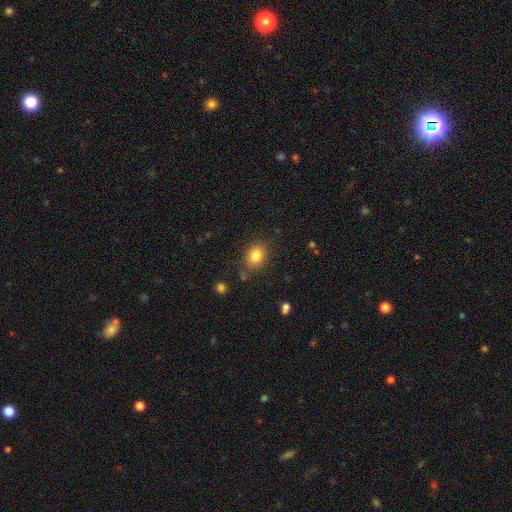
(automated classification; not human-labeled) This is clearly a smooth galaxy (82%). How rounded: possibly in between (58%). Merging: likely none (77%).